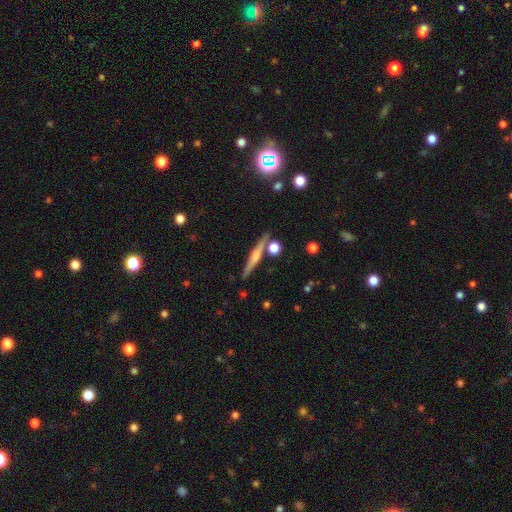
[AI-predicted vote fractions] Smooth or featured?
  - featured or disk: 56% *
  - smooth: 36%
  - star or artifact: 7%
Edge-on disk?
  - yes: 97% *
  - no: 3%
Edge-on bulge?
  - rounded: 59% *
  - none: 23%
  - boxy: 17%
Merging?
  - none: 83% *
  - minor disturbance: 8%
  - merger: 6%
  - major disturbance: 2%